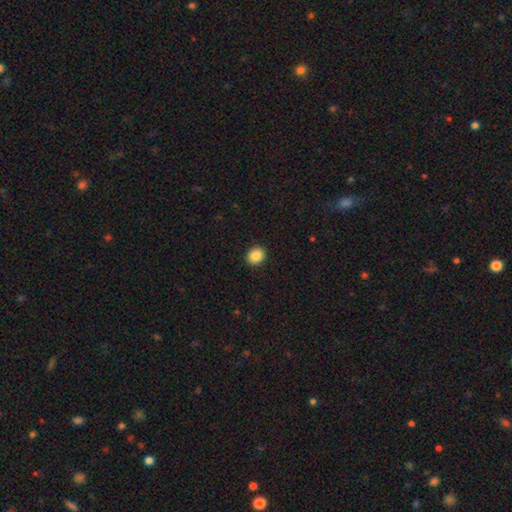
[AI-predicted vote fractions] Overall: smooth (87%). How rounded: round (75%). Merging: none (92%).